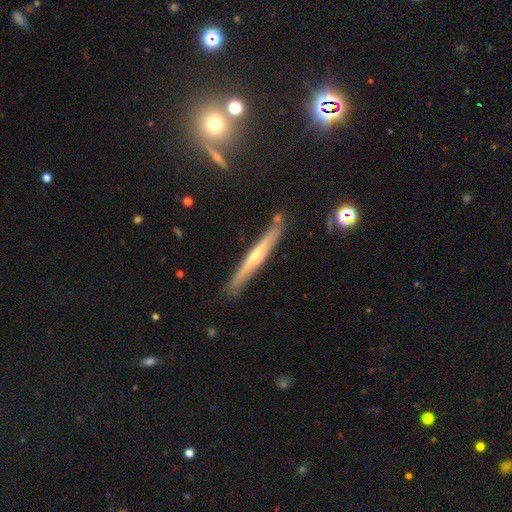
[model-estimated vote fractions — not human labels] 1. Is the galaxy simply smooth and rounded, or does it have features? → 60% featured or disk, 33% smooth, 7% star or artifact.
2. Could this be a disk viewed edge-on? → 96% yes, 4% no.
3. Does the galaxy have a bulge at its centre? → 56% rounded, 38% none, 6% boxy.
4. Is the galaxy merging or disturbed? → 86% none, 10% minor disturbance, 3% merger, 2% major disturbance.